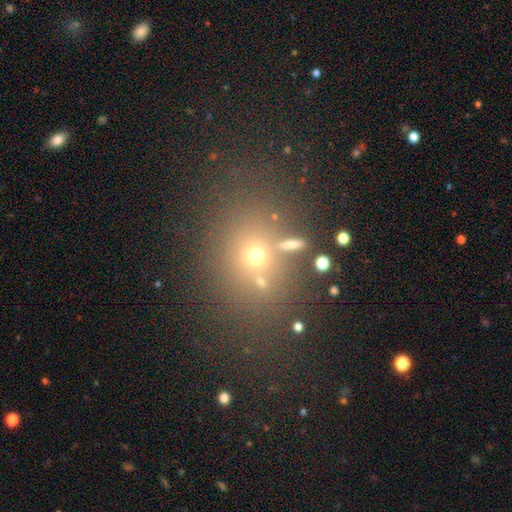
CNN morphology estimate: Smooth or featured? smooth (53%)
How rounded? round (57%)
Merging? none (68%)